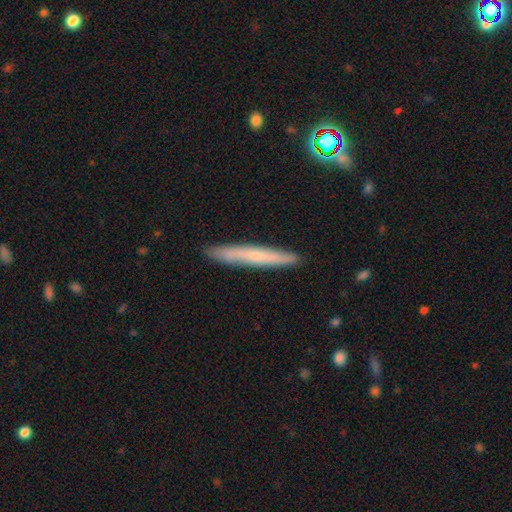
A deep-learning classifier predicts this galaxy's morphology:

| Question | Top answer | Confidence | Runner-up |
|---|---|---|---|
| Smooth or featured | smooth | 55% | featured or disk (38%) |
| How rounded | cigar-shaped | 96% | in between (3%) |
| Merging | none | 90% | minor disturbance (8%) |